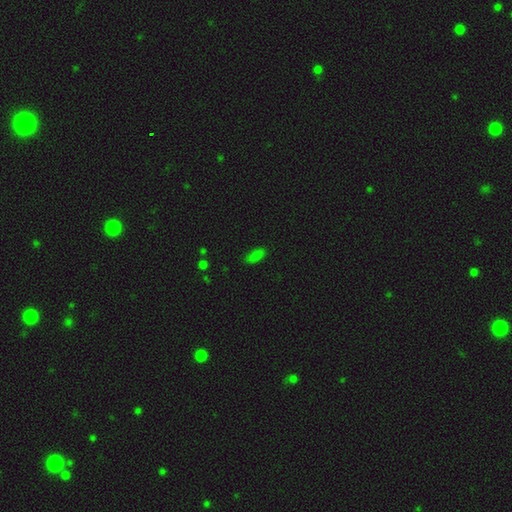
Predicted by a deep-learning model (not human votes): smooth 80%, star or artifact 15%, featured or disk 4%. Down the decision tree: how rounded — in between (82%); merging — none (83%).